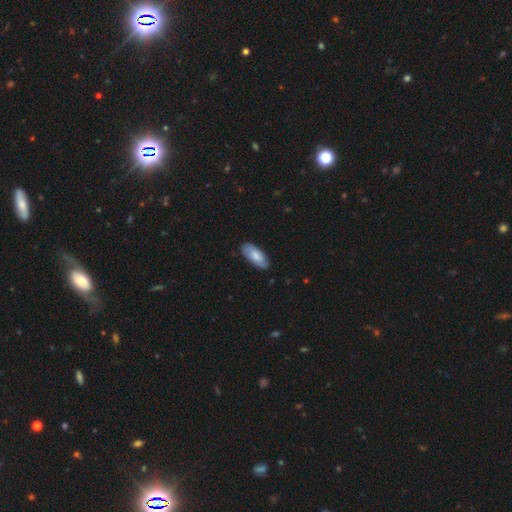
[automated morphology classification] Q: Smooth or featured?
A: smooth (70%); runner-up: featured or disk (24%)
Q: How rounded?
A: in between (88%); runner-up: cigar-shaped (10%)
Q: Merging?
A: none (85%); runner-up: minor disturbance (12%)